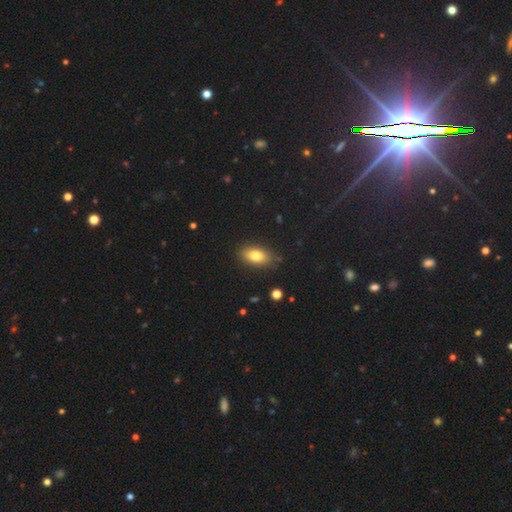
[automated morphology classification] The model was most divided on "smooth or featured": smooth: 80%, featured or disk: 11%, star or artifact: 9%. More confident: how rounded — in between (87%); merging — none (84%).